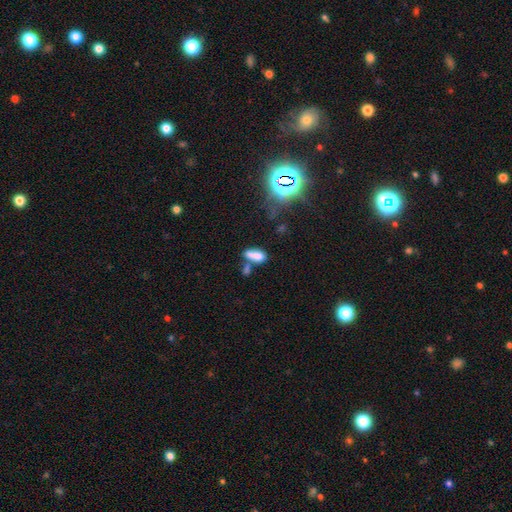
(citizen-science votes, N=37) A smooth galaxy with no disk features (84%) that is in between round and cigar-shaped (90%). Merging: merger (51%).